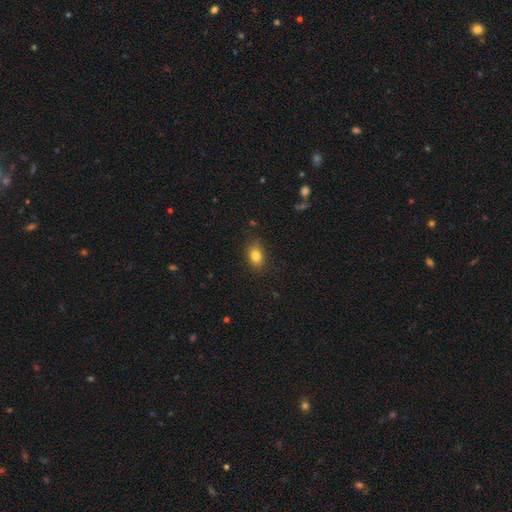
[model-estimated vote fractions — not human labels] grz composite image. It shows a smooth galaxy with no disk features (82%) that is in between round and cigar-shaped (77%). Merging: none (84%).